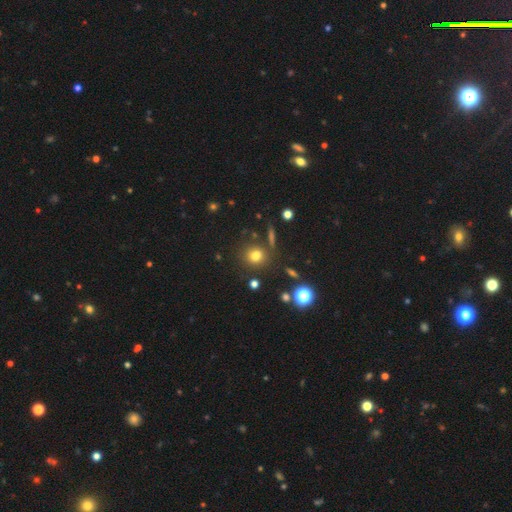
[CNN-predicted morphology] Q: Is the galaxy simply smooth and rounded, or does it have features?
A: smooth — 74%.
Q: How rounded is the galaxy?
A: round — 79%.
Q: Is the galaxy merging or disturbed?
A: none — 79%.